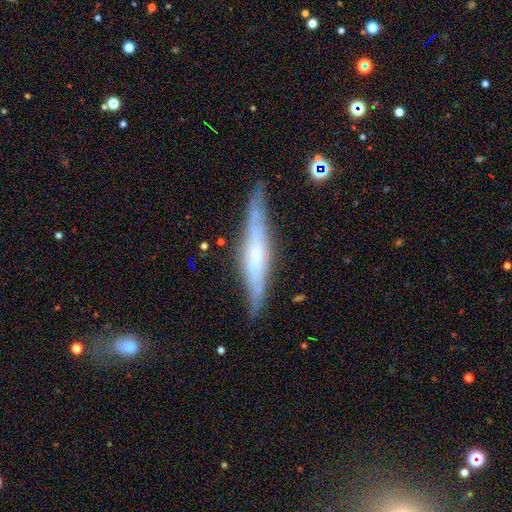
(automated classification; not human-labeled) Smooth or featured? Predicted: featured or disk (p=0.68). Edge-on disk? Predicted: yes (p=0.88). Edge-on bulge? Predicted: rounded (p=0.39). Merging? Predicted: none (p=0.80).